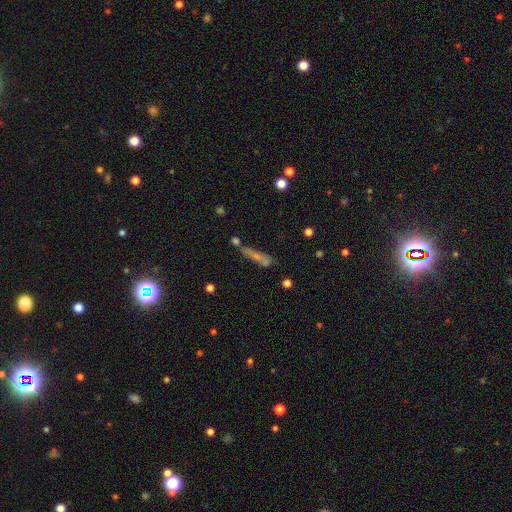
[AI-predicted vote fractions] Overall: smooth (51%; featured or disk 30%). How rounded: cigar-shaped (82%). Merging: none (58%; minor disturbance 19%).